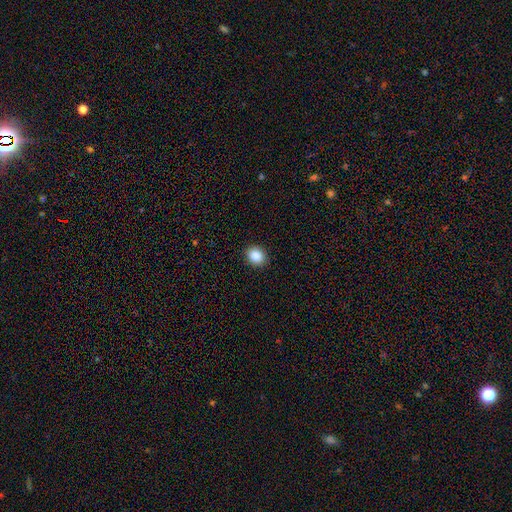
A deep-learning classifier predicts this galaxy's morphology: Smooth or featured? Predicted: smooth (p=0.87). How rounded? Predicted: round (p=0.66). Merging? Predicted: none (p=0.91).